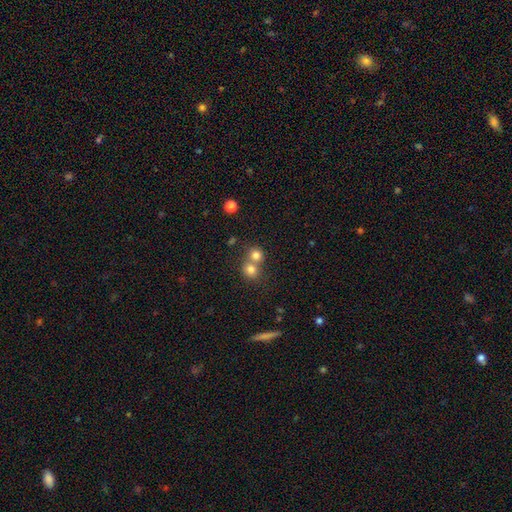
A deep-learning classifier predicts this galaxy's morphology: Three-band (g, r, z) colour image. It shows a smooth galaxy with no disk features (78%) that is round (85%). Merging: merger (50%).